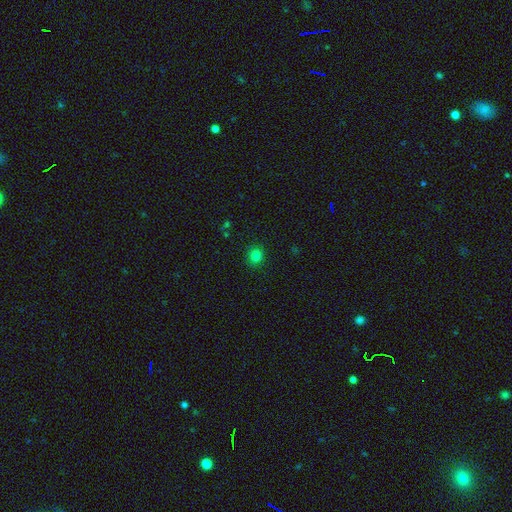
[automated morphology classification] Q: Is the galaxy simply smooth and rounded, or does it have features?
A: smooth — 81%.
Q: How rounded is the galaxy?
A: round — 76%.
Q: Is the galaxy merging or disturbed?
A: none — 89%.